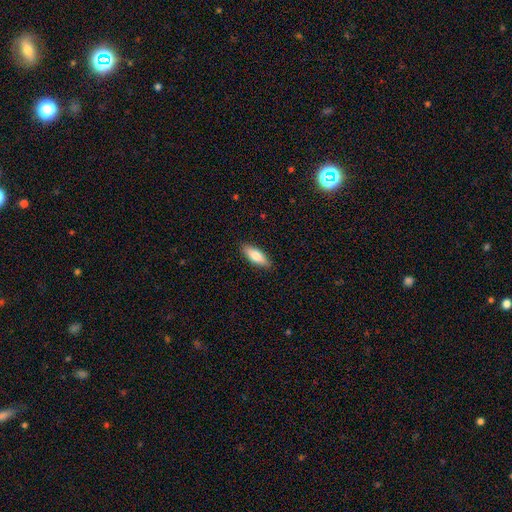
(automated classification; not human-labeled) A smooth galaxy with no disk features (78%) that is in between round and cigar-shaped (64%).

Vote fractions:
- Smooth or featured? smooth: 78% / featured or disk: 16% / star or artifact: 6%
- How rounded? in between: 64% / cigar-shaped: 34% / round: 2%
- Merging? none: 88% / minor disturbance: 9% / major disturbance: 2% / merger: 1%